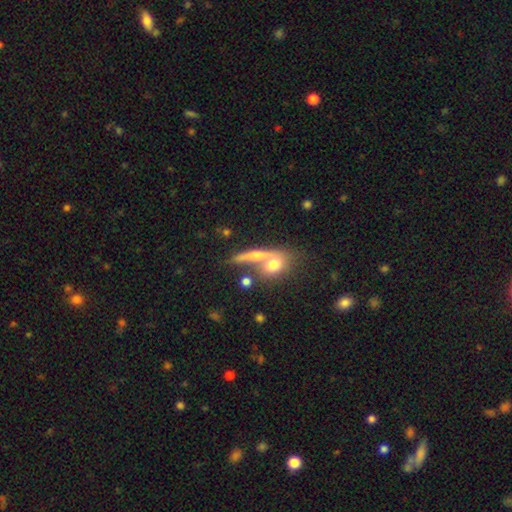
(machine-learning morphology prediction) smooth 56%, featured or disk 34%, star or artifact 10%. Down the decision tree: how rounded — cigar-shaped (44%); merging — none (41%).